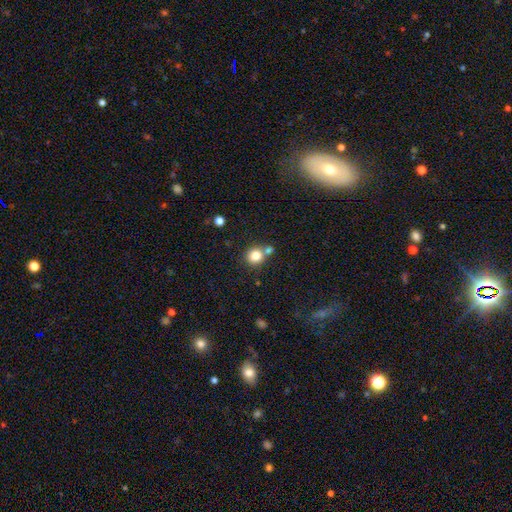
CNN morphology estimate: A smooth galaxy with no disk features (82%) that is round (87%).

Vote fractions:
- Smooth or featured? smooth: 82% / star or artifact: 11% / featured or disk: 7%
- How rounded? round: 87% / in between: 12% / cigar-shaped: 1%
- Merging? none: 61% / merger: 27% / minor disturbance: 9% / major disturbance: 3%